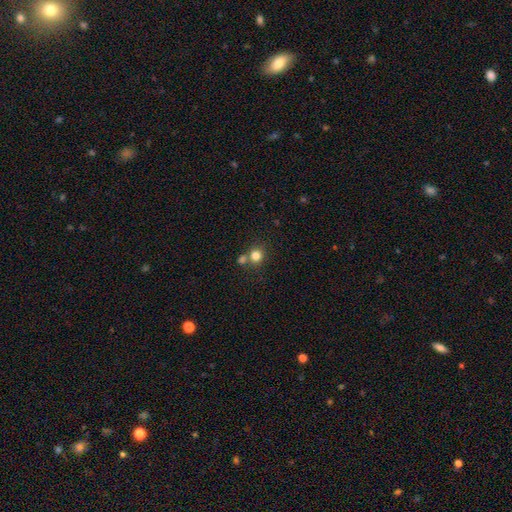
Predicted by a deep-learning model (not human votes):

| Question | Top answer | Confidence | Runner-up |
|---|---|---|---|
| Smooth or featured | smooth | 81% | star or artifact (13%) |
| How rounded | round | 87% | in between (12%) |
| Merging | none | 61% | merger (27%) |